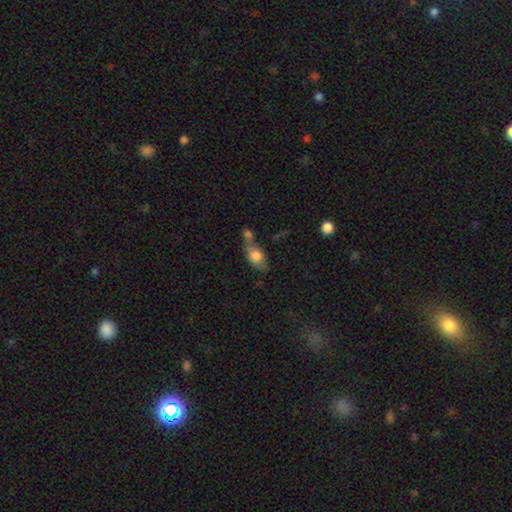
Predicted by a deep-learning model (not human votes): Overall: smooth (73%). How rounded: in between (80%). Merging: merger (44%; none 32%).